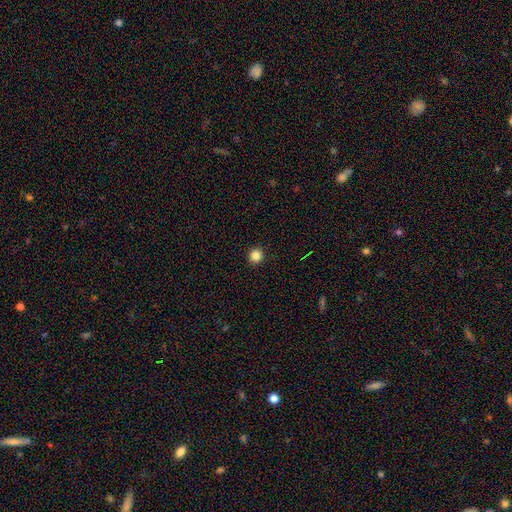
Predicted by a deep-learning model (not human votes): This is clearly a smooth galaxy (85%). How rounded: clearly round (95%). Merging: clearly none (93%).